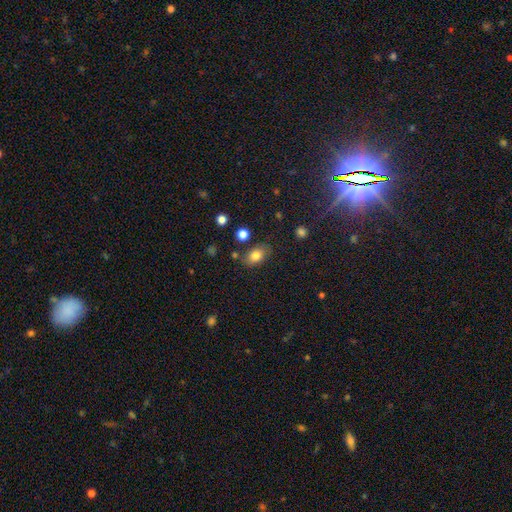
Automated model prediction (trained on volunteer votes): The model was most divided on "merging": none: 76%, minor disturbance: 15%, merger: 5%, major disturbance: 4%. More confident: smooth or featured — smooth (81%); how rounded — in between (81%).